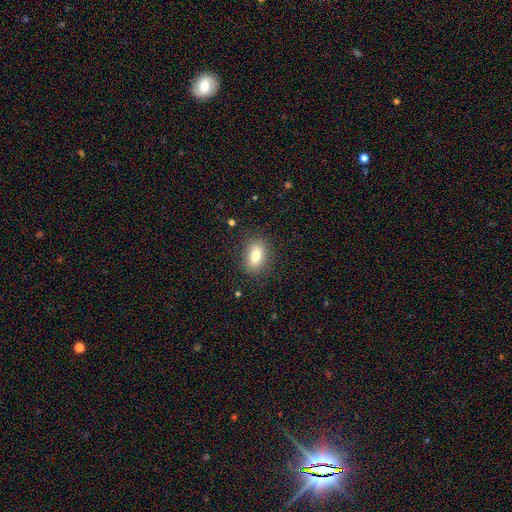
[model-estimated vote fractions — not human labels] Smooth or featured? smooth (79%)
How rounded? in between (83%)
Merging? none (85%)